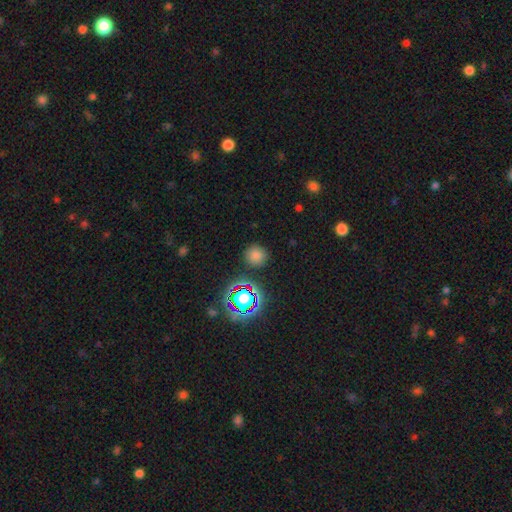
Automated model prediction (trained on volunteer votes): smooth 72%, star or artifact 21%, featured or disk 6%. Down the decision tree: how rounded — round (92%); merging — none (87%).